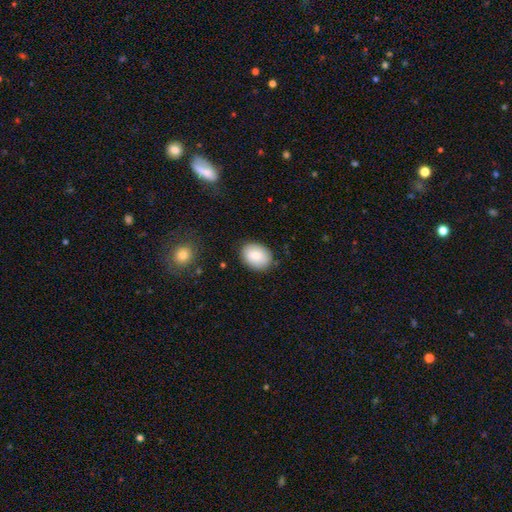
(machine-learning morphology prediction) This appears to be a smooth galaxy with no disk features (84%) that is in between round and cigar-shaped (65%). Merging: none (85%).